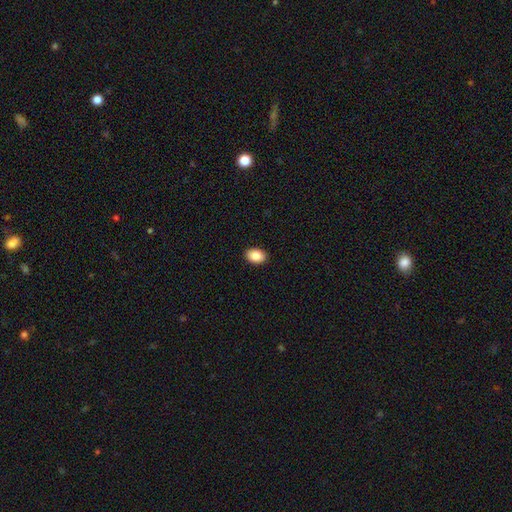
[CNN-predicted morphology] This is clearly a smooth galaxy (87%). How rounded: clearly in between (80%). Merging: clearly none (91%).